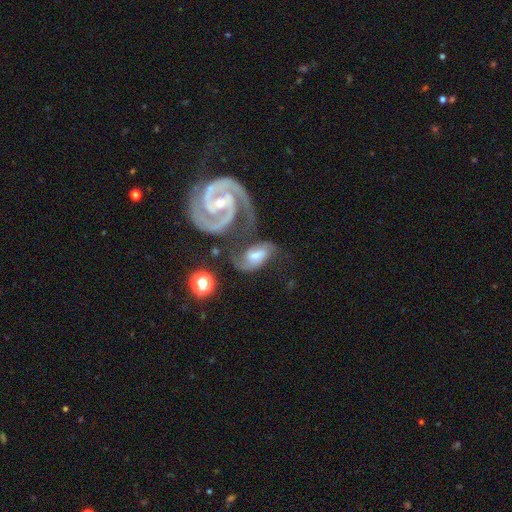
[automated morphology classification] Smooth or featured: featured or disk — 72% (smooth — 20%)
Edge-on disk: no — 96% (yes — 4%)
Bar: weak — 45% (no — 34%)
Spiral arms: yes — 92% (no — 8%)
Spiral winding: medium — 48% (loose — 27%)
Spiral arm count: 2 — 84% (can't tell — 6%)
Bulge size: moderate — 53% (small — 37%)
Merging: merger — 38% (none — 32%)